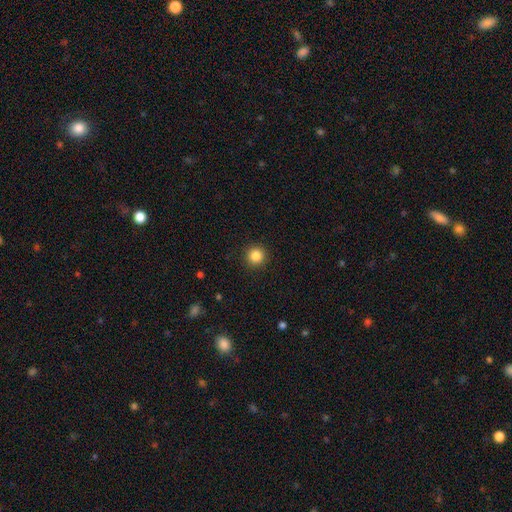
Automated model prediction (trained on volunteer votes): smooth_or_featured: smooth (p=0.86) [alt: star or artifact p=0.11]
how_rounded: round (p=0.95) [alt: in between p=0.04]
merging: none (p=0.92) [alt: minor disturbance p=0.05]